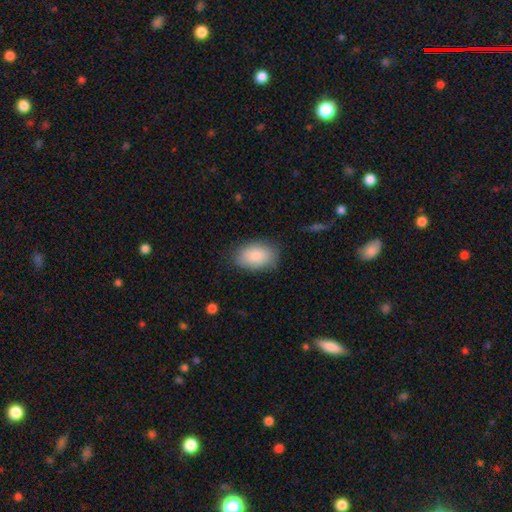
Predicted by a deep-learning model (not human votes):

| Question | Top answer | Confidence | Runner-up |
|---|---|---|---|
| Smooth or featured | smooth | 87% | featured or disk (7%) |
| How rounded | in between | 89% | round (10%) |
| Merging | none | 80% | minor disturbance (15%) |